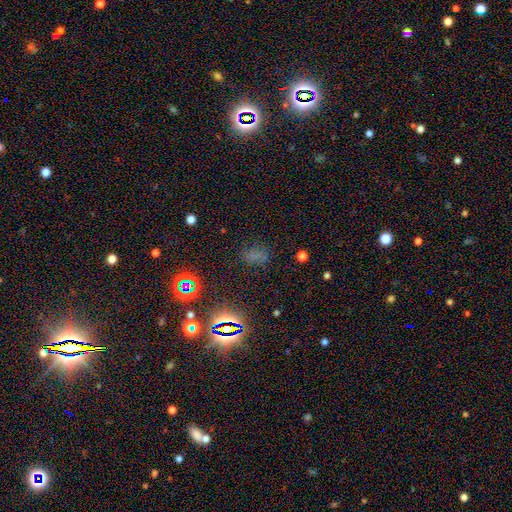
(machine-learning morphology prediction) Q: Smooth or featured?
A: smooth (46%); runner-up: star or artifact (44%)
Q: Merging?
A: none (72%); runner-up: minor disturbance (16%)